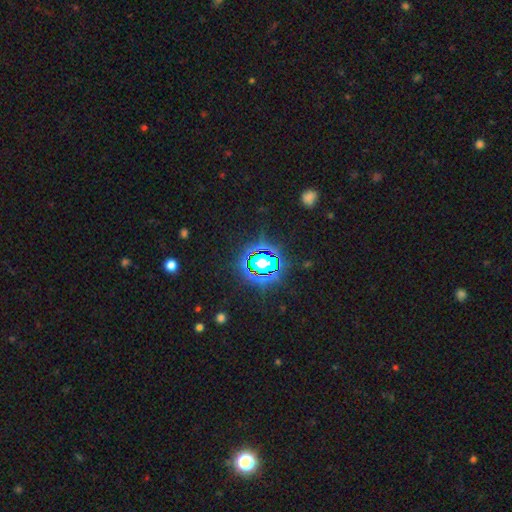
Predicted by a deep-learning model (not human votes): Smooth or featured?
  - star or artifact: 80% *
  - smooth: 12%
  - featured or disk: 7%